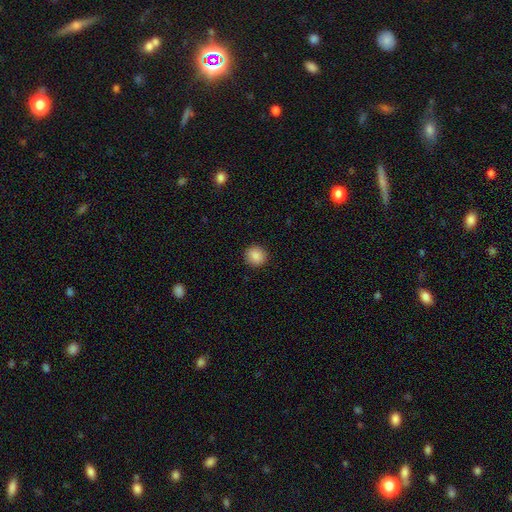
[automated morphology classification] This appears to be a smooth galaxy with no disk features (88%) that is round (92%). Merging: none (92%).